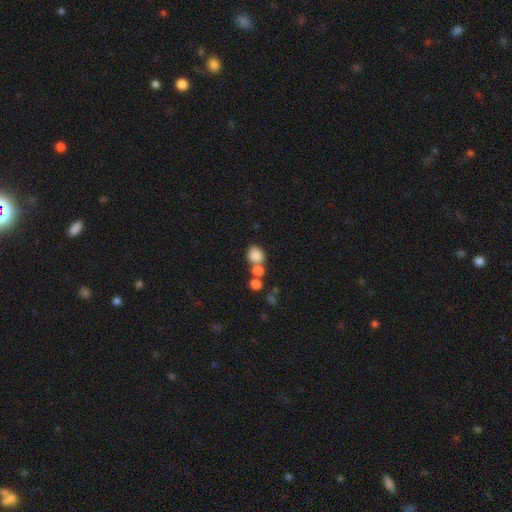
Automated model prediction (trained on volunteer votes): Smooth or featured: smooth — 83% (star or artifact — 10%)
How rounded: round — 65% (in between — 34%)
Merging: none — 45% (merger — 41%)